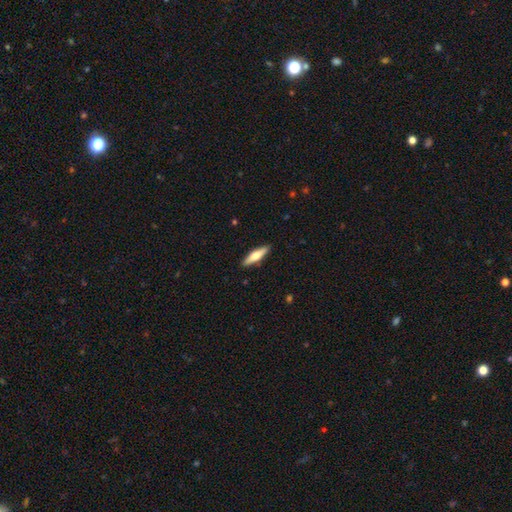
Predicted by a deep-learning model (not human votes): A smooth galaxy with no disk features (59%) that is cigar-shaped (70%).

Vote fractions:
- Smooth or featured? smooth: 59% / featured or disk: 35% / star or artifact: 5%
- How rounded? cigar-shaped: 70% / in between: 28% / round: 2%
- Merging? none: 90% / minor disturbance: 7% / major disturbance: 2% / merger: 1%